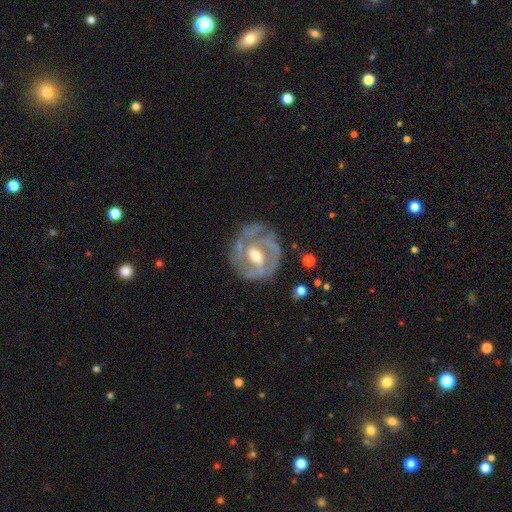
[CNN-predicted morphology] Smooth or featured? Predicted: featured or disk (p=0.82). Edge-on disk? Predicted: no (p=0.97). Bar? Predicted: weak (p=0.47). Spiral arms? Predicted: yes (p=0.83). Spiral winding? Predicted: tight (p=0.51). Spiral arm count? Predicted: 2 (p=0.47). Bulge size? Predicted: moderate (p=0.63). Merging? Predicted: none (p=0.69).